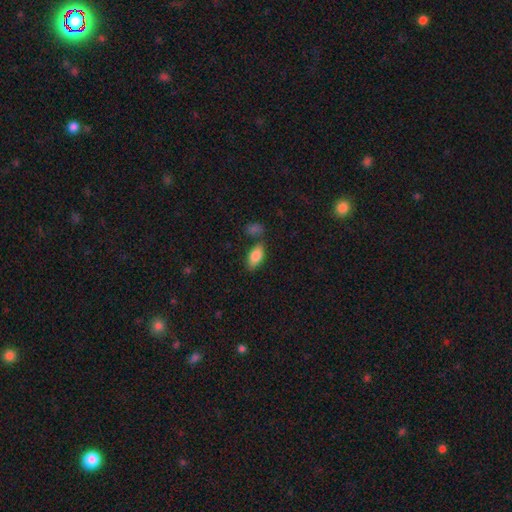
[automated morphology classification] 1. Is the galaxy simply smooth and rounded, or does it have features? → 83% smooth, 10% featured or disk, 7% star or artifact.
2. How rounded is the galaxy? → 89% in between, 8% cigar-shaped, 3% round.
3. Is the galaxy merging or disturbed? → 70% none, 15% minor disturbance, 11% merger, 4% major disturbance.